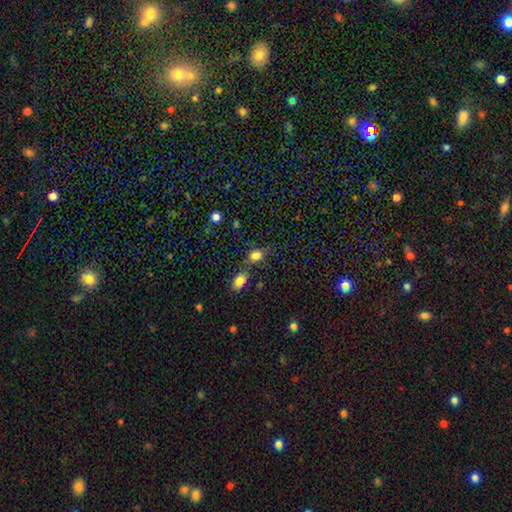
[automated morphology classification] The model was most divided on "merging": none: 53%, merger: 24%, minor disturbance: 16%, major disturbance: 7%. More confident: smooth or featured — smooth (79%); how rounded — in between (70%).